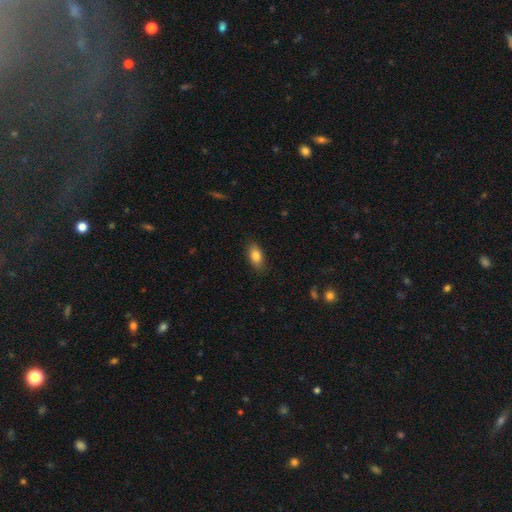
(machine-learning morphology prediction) Smooth or featured? Predicted: smooth (p=0.84). How rounded? Predicted: in between (p=0.89). Merging? Predicted: none (p=0.86).